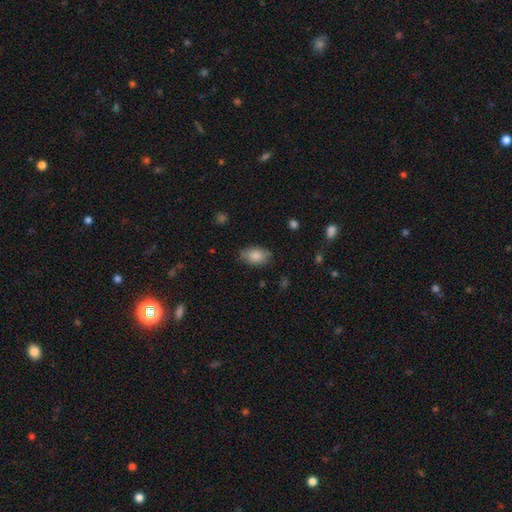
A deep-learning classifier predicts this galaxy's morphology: smooth 84%, featured or disk 9%, star or artifact 8%. Down the decision tree: how rounded — in between (87%); merging — none (75%).